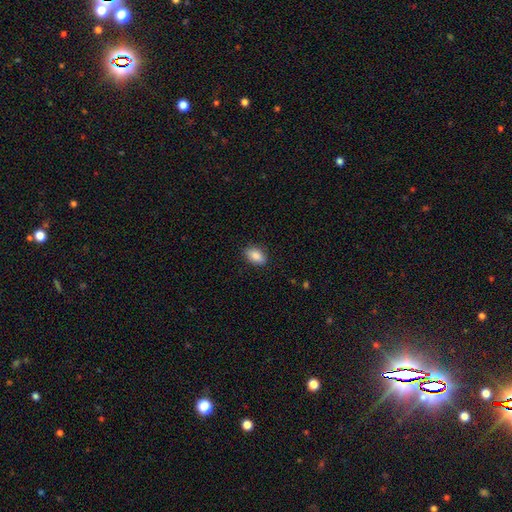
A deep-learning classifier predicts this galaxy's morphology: A smooth galaxy with no disk features (88%) that is in between round and cigar-shaped (90%).

Vote fractions:
- Smooth or featured? smooth: 88% / star or artifact: 7% / featured or disk: 5%
- How rounded? in between: 90% / round: 7% / cigar-shaped: 2%
- Merging? none: 87% / minor disturbance: 9% / major disturbance: 2% / merger: 1%